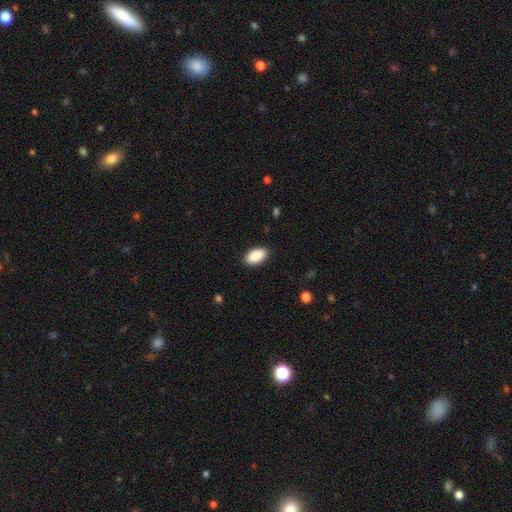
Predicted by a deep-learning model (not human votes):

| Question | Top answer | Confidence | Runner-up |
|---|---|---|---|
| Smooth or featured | smooth | 89% | star or artifact (6%) |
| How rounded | in between | 95% | round (3%) |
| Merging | none | 88% | minor disturbance (9%) |